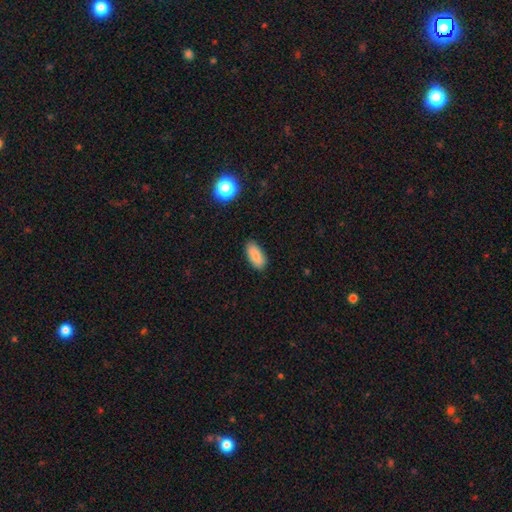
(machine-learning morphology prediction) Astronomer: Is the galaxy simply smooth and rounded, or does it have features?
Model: smooth — 85%.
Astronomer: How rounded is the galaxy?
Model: in between — 88%.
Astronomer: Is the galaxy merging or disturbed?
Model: none — 86%.